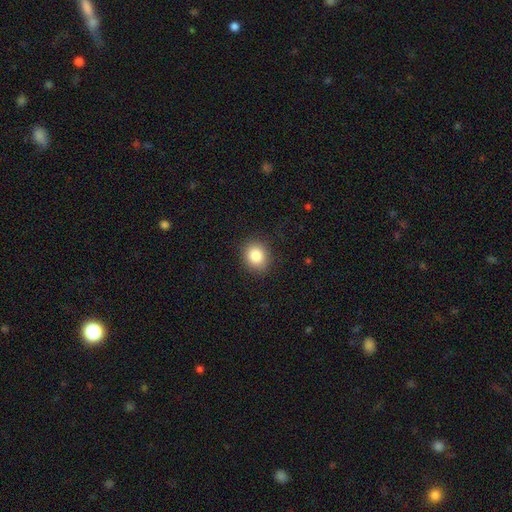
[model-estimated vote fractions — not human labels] Smooth or featured?
  - smooth: 85% *
  - star or artifact: 9%
  - featured or disk: 6%
How rounded?
  - round: 68% *
  - in between: 31%
  - cigar-shaped: 1%
Merging?
  - none: 88% *
  - minor disturbance: 8%
  - major disturbance: 3%
  - merger: 1%